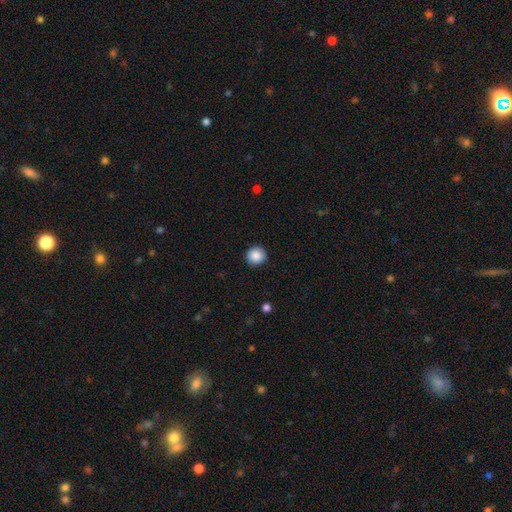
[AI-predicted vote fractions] Smooth or featured: smooth — 88% (star or artifact — 8%)
How rounded: round — 94% (in between — 5%)
Merging: none — 91% (minor disturbance — 6%)